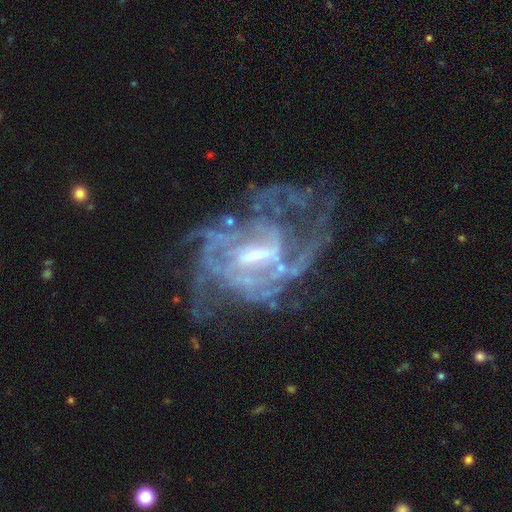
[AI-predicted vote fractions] Smooth or featured?
  - featured or disk: 87% *
  - star or artifact: 8%
  - smooth: 5%
Edge-on disk?
  - no: 97% *
  - yes: 3%
Bar?
  - weak: 48% *
  - strong: 36%
  - no: 16%
Spiral arms?
  - yes: 90% *
  - no: 10%
Spiral winding?
  - medium: 44% *
  - tight: 36%
  - loose: 20%
Spiral arm count?
  - can't tell: 35% *
  - 2: 25%
  - 3: 15%
  - 4: 11%
  - more than 4: 7%
  - 1: 7%
Bulge size?
  - small: 42% *
  - moderate: 40%
  - none: 12%
  - large: 5%
  - dominant: 1%
Merging?
  - none: 45% *
  - major disturbance: 32%
  - minor disturbance: 19%
  - merger: 4%